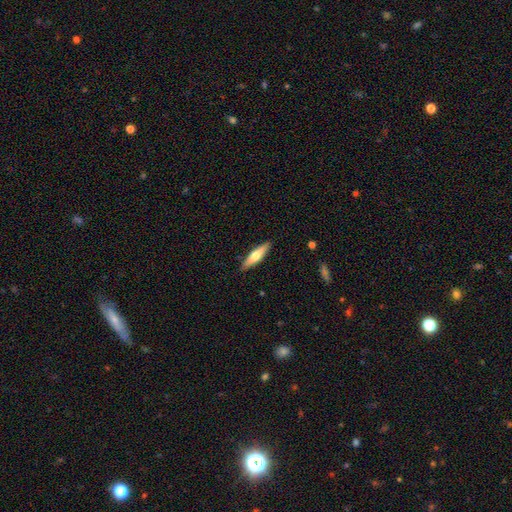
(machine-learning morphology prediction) smooth_or_featured: smooth (p=0.55) [alt: featured or disk p=0.40]
how_rounded: cigar-shaped (p=0.74) [alt: in between p=0.24]
merging: none (p=0.89) [alt: minor disturbance p=0.08]